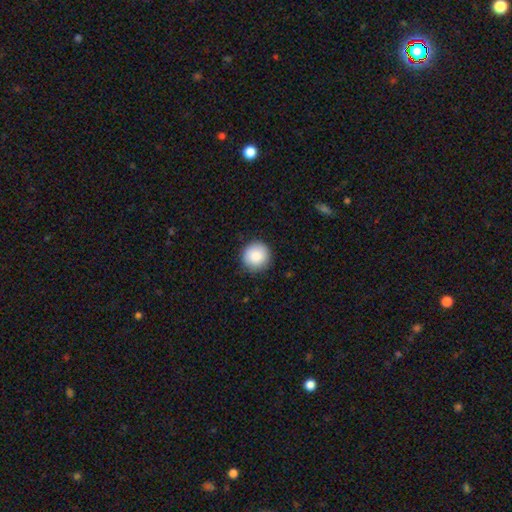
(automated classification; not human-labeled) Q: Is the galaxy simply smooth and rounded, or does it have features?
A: smooth — 88%.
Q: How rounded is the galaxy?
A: round — 94%.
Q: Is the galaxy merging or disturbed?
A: none — 89%.